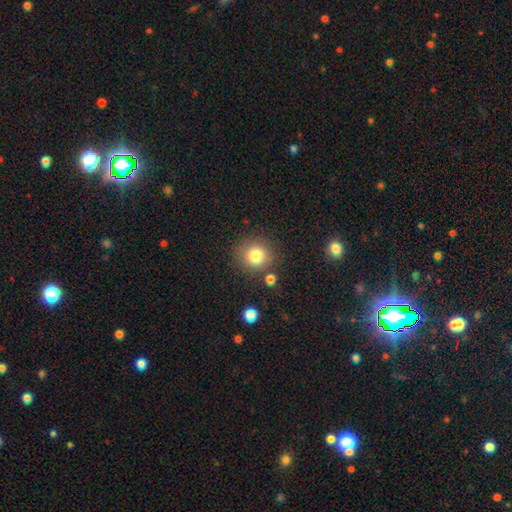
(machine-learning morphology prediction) smooth 81%, star or artifact 11%, featured or disk 8%. Down the decision tree: how rounded — round (90%); merging — none (81%).